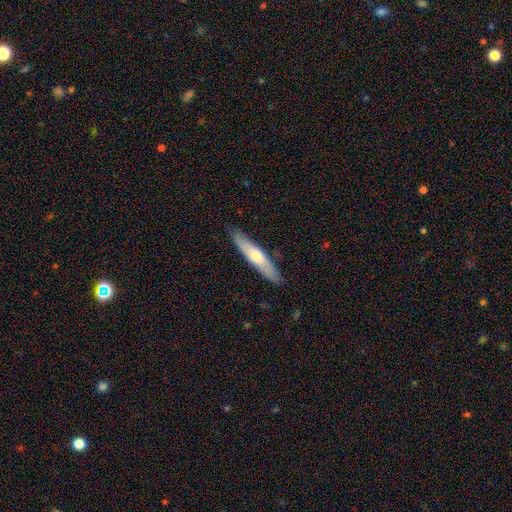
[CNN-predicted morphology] Q: Smooth or featured?
A: smooth (54%); runner-up: featured or disk (41%)
Q: How rounded?
A: cigar-shaped (85%); runner-up: in between (13%)
Q: Merging?
A: none (87%); runner-up: minor disturbance (10%)